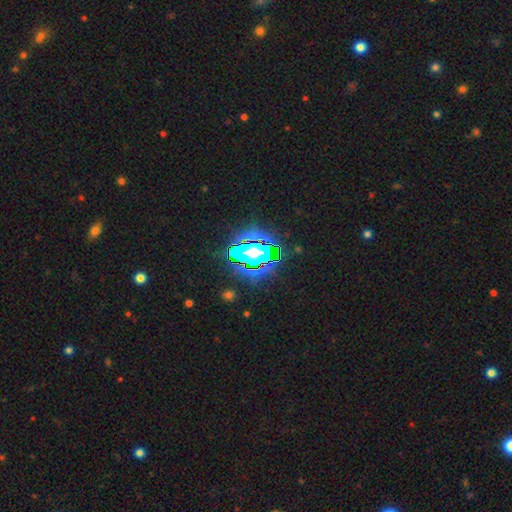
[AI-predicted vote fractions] Q: Smooth or featured?
A: star or artifact (59%); runner-up: smooth (24%)